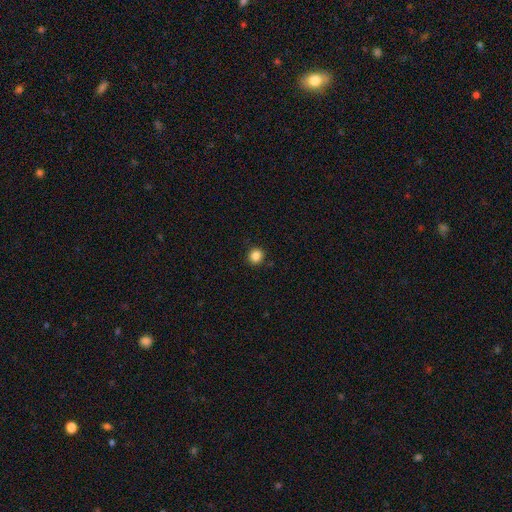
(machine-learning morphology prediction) A smooth galaxy with no disk features (85%) that is round (89%).

Vote fractions:
- Smooth or featured? smooth: 85% / star or artifact: 11% / featured or disk: 4%
- How rounded? round: 89% / in between: 10% / cigar-shaped: 1%
- Merging? none: 92% / minor disturbance: 6% / major disturbance: 2% / merger: 1%